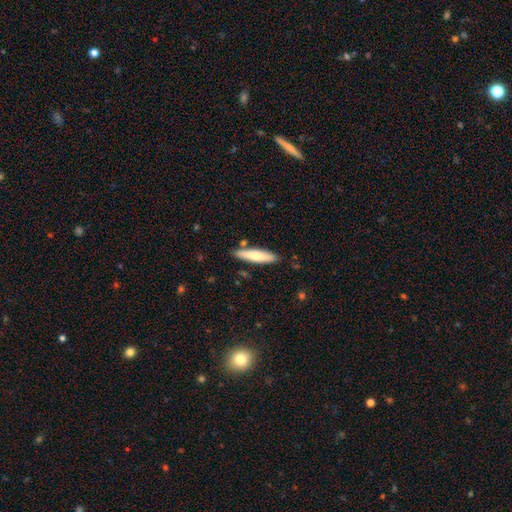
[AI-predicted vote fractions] The model was most divided on "smooth or featured": smooth: 72%, featured or disk: 23%, star or artifact: 5%. More confident: merging — none (84%); how rounded — cigar-shaped (80%).